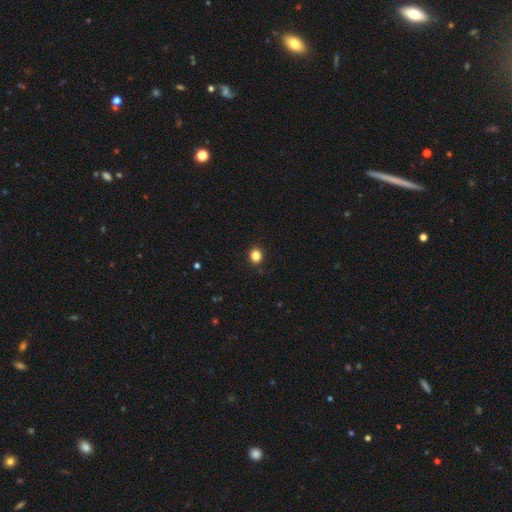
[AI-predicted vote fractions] Morphology: type=smooth (85%); roundness=round (73%); merging=none (90%).